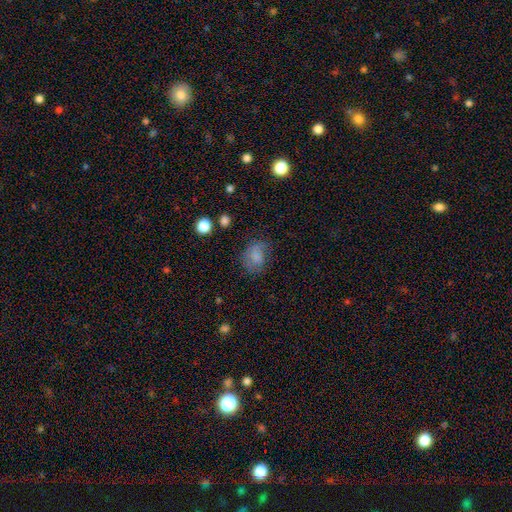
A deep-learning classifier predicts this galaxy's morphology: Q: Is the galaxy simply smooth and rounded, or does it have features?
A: smooth — 73%.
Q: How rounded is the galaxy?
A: in between — 62%.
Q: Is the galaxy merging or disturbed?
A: none — 59%.